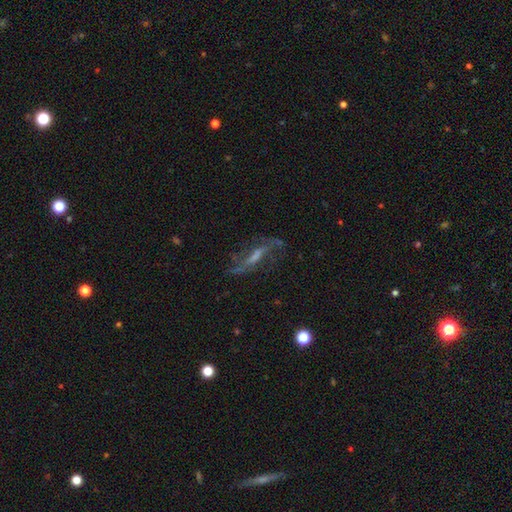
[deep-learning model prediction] Q: Smooth or featured?
A: featured or disk (74%); runner-up: smooth (14%)
Q: Edge-on disk?
A: no (73%); runner-up: yes (27%)
Q: Bar?
A: strong (40%); runner-up: weak (39%)
Q: Spiral arms?
A: yes (86%); runner-up: no (14%)
Q: Bulge size?
A: small (35%); runner-up: none (30%)
Q: Merging?
A: none (64%); runner-up: minor disturbance (17%)